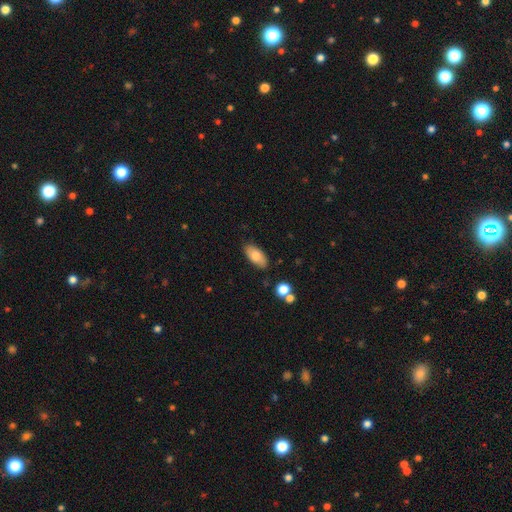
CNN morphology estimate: Smooth or featured?
  - smooth: 77% *
  - featured or disk: 16%
  - star or artifact: 7%
How rounded?
  - in between: 90% *
  - cigar-shaped: 7%
  - round: 3%
Merging?
  - none: 82% *
  - minor disturbance: 13%
  - major disturbance: 3%
  - merger: 2%